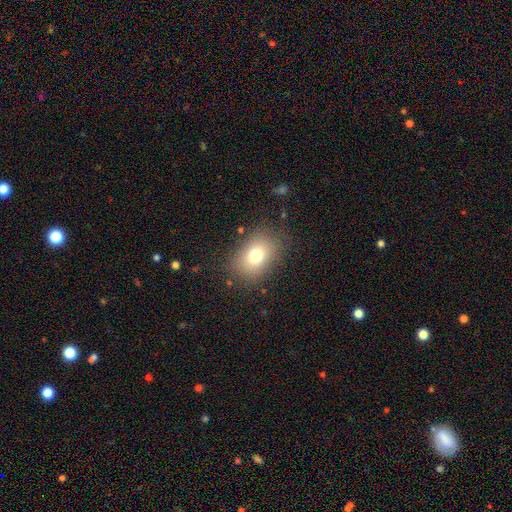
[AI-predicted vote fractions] smooth 75%, featured or disk 13%, star or artifact 12%. Down the decision tree: how rounded — in between (73%); merging — none (80%).